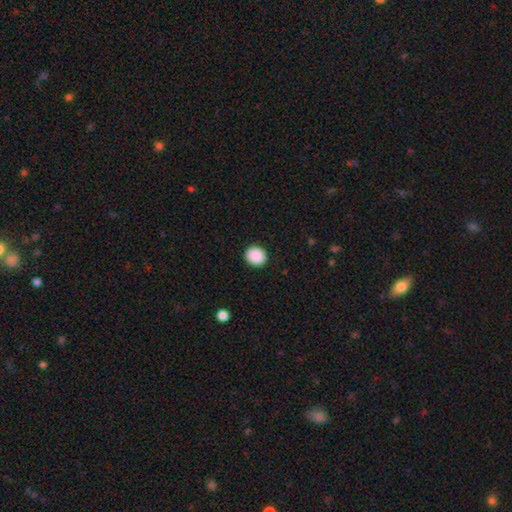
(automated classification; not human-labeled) Smooth or featured: smooth — 89% (star or artifact — 8%)
How rounded: round — 80% (in between — 19%)
Merging: none — 91% (minor disturbance — 6%)